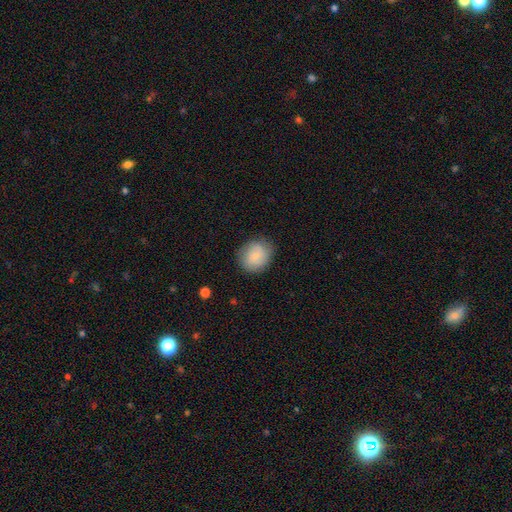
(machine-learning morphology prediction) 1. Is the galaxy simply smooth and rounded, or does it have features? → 74% smooth, 19% featured or disk, 7% star or artifact.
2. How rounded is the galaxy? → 79% round, 20% in between, 1% cigar-shaped.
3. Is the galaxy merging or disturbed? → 81% none, 14% minor disturbance, 4% major disturbance, 1% merger.